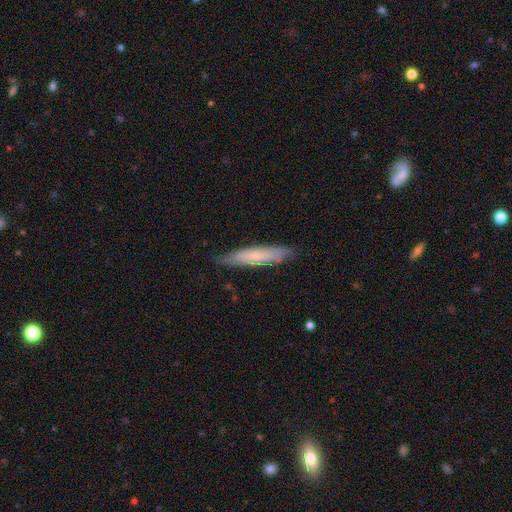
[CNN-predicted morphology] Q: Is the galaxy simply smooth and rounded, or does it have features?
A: smooth — 52%.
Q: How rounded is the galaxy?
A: cigar-shaped — 87%.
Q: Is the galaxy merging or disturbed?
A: none — 84%.